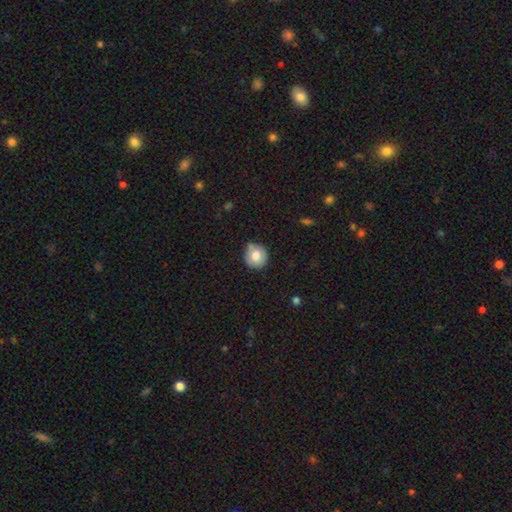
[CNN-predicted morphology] Q: Smooth or featured?
A: smooth (78%); runner-up: featured or disk (13%)
Q: How rounded?
A: round (91%); runner-up: in between (8%)
Q: Merging?
A: none (78%); runner-up: minor disturbance (14%)